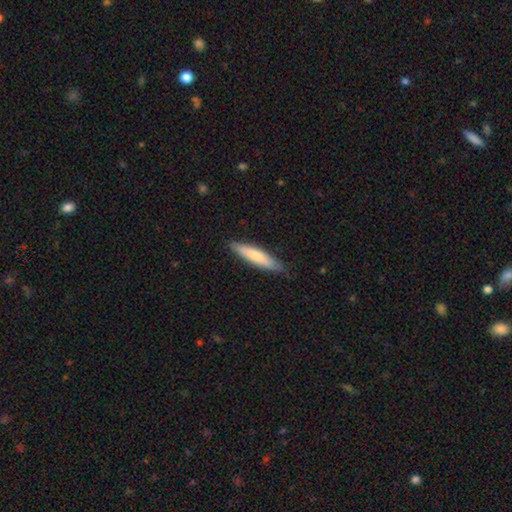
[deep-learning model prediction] The model was most divided on "smooth or featured": smooth: 72%, featured or disk: 23%, star or artifact: 5%. More confident: merging — none (85%); how rounded — cigar-shaped (82%).